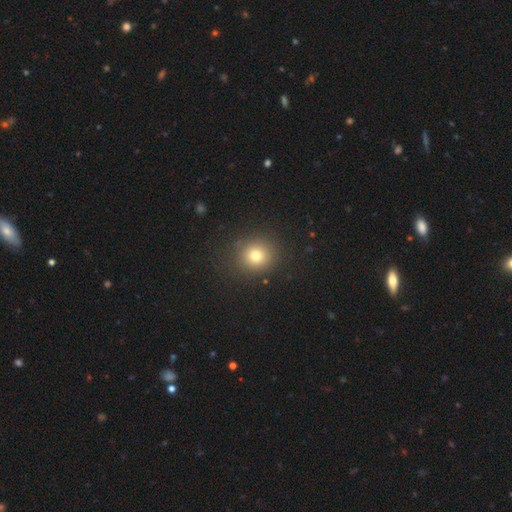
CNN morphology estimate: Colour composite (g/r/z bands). It shows a smooth galaxy with no disk features (77%) that is round (87%). Merging: none (88%).